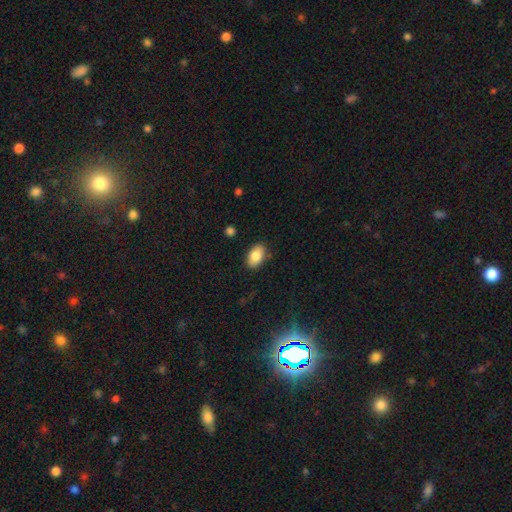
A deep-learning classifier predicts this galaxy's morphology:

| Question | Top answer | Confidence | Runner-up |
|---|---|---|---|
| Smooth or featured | smooth | 86% | featured or disk (7%) |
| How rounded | in between | 93% | round (6%) |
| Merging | none | 85% | minor disturbance (11%) |